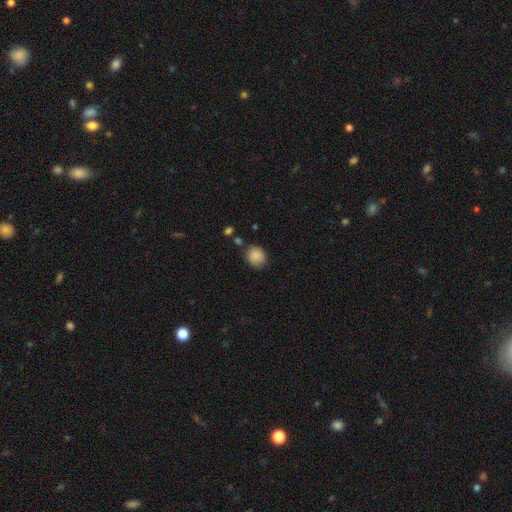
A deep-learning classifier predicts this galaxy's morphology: type=smooth (88%); roundness=round (74%); merging=none (77%).